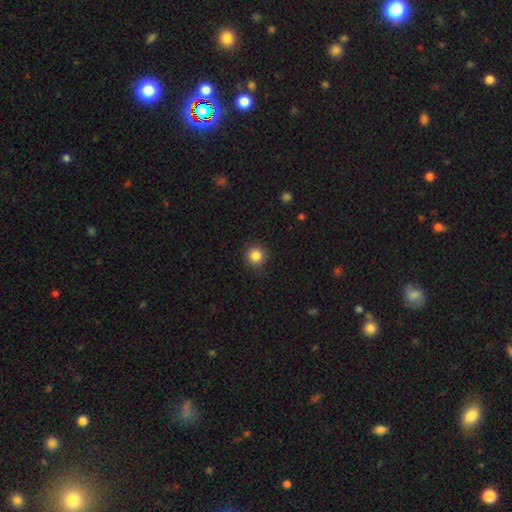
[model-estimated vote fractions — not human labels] Morphology: type=smooth (85%); roundness=round (94%); merging=none (88%).